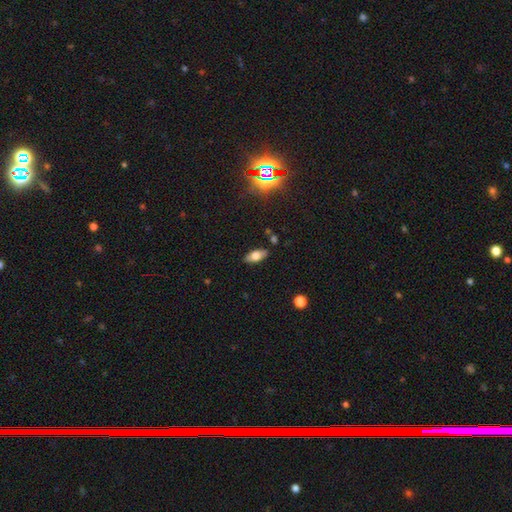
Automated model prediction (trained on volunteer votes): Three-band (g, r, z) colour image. It shows a smooth galaxy with no disk features (69%) that is in between round and cigar-shaped (85%). Merging: none (86%).